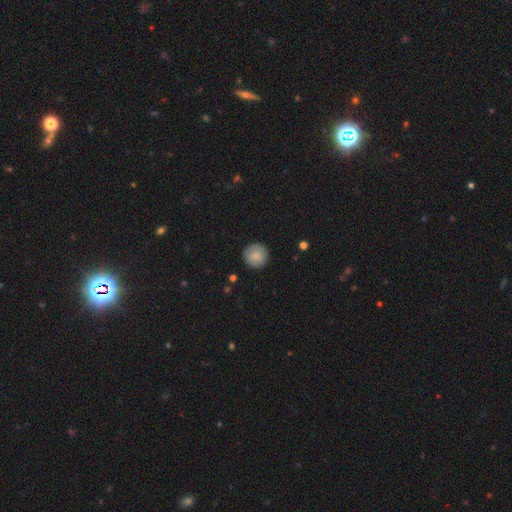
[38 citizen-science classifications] Smooth or featured: smooth — 87% (featured or disk — 11%)
How rounded: round — 97% (in between — 3%)
Merging: none — 100%